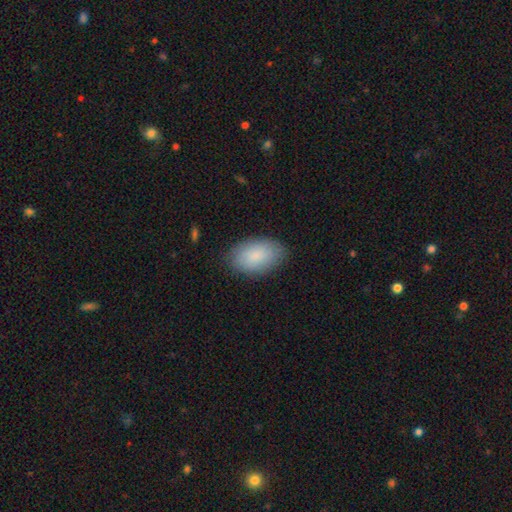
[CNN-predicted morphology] smooth-or-featured: smooth: 86% | featured or disk: 8% | star or artifact: 6%
  how-rounded: in between: 95% | round: 4% | cigar-shaped: 2%
  merging: none: 84% | minor disturbance: 12% | major disturbance: 3% | merger: 1%